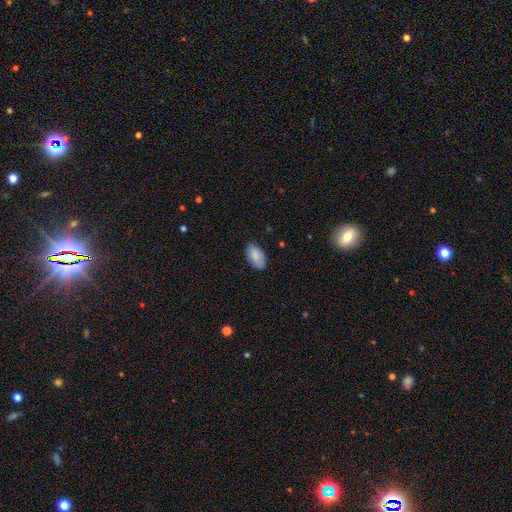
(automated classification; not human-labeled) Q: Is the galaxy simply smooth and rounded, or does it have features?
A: smooth — 85%.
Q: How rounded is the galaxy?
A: in between — 95%.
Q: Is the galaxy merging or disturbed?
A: none — 83%.